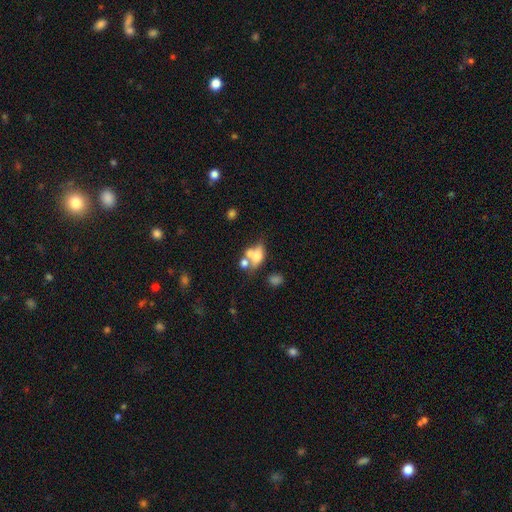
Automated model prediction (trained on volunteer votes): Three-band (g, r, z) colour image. It shows a smooth galaxy with no disk features (56%) that is in between round and cigar-shaped (74%). Merging: merger (47%).